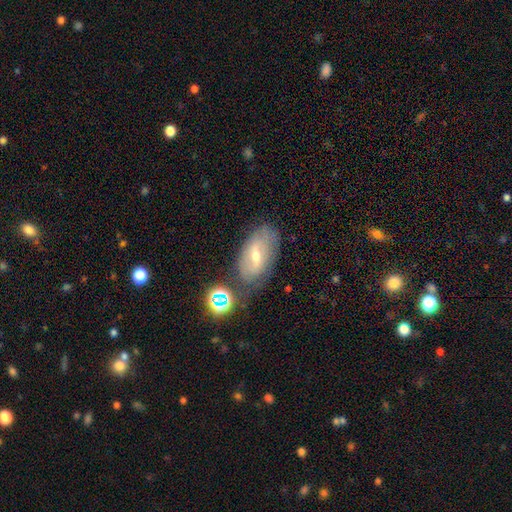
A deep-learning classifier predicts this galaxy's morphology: type=featured or disk (56%); edge-on=no (88%); merging=none (69%).